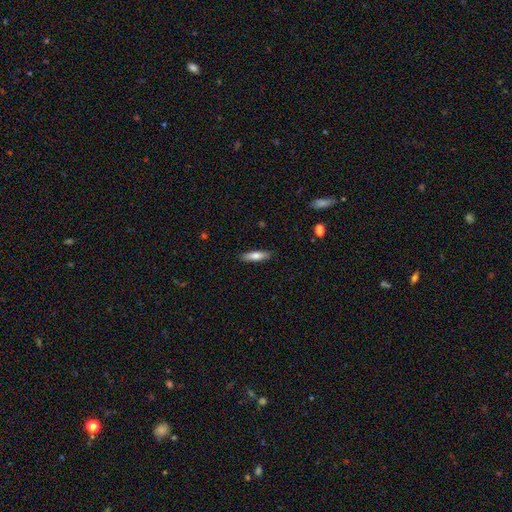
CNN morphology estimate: smooth-or-featured: smooth: 72% | featured or disk: 22% | star or artifact: 6%
  how-rounded: cigar-shaped: 66% | in between: 32% | round: 2%
  merging: none: 89% | minor disturbance: 8% | major disturbance: 2% | merger: 1%